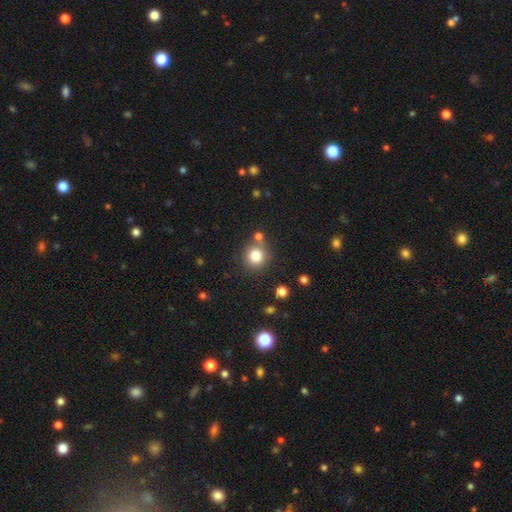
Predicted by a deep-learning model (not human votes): A smooth galaxy with no disk features (79%) that is round (91%).

Vote fractions:
- Smooth or featured? smooth: 79% / star or artifact: 13% / featured or disk: 8%
- How rounded? round: 91% / in between: 8% / cigar-shaped: 1%
- Merging? none: 75% / merger: 13% / minor disturbance: 9% / major disturbance: 3%